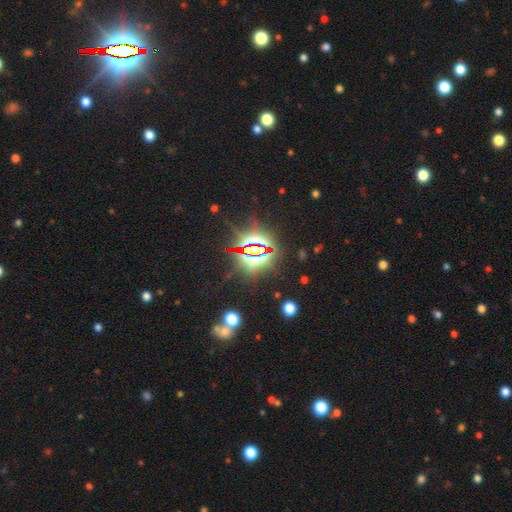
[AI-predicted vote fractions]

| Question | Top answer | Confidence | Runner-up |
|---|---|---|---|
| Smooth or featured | star or artifact | 81% | smooth (10%) |